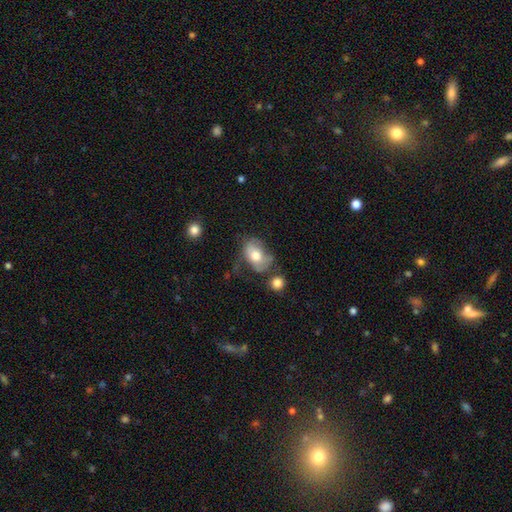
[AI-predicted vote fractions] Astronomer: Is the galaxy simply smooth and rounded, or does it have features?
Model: smooth — 66%.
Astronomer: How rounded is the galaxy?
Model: in between — 81%.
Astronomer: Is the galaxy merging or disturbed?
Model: none — 39% (runner-up: minor disturbance, 29%).